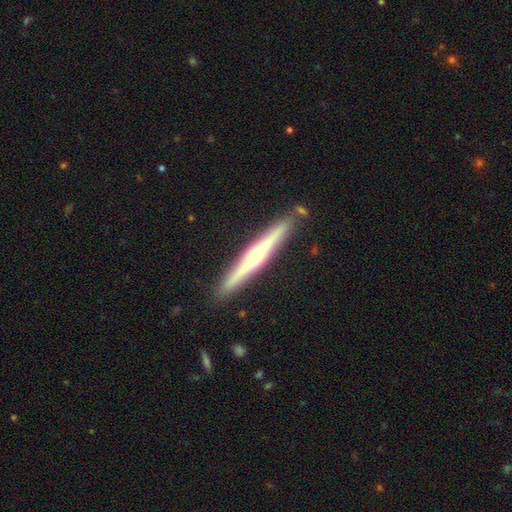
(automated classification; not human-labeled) This appears to be a featured or disk galaxy (68%) viewed edge-on (98%) with a rounded central bulge (55%). Merging: none (88%).